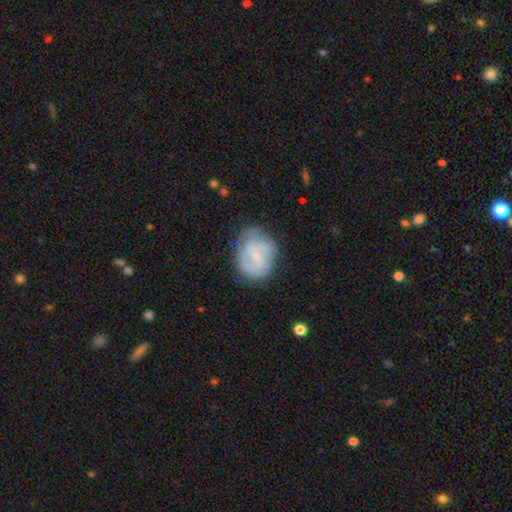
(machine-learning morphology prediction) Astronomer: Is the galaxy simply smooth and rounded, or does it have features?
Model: featured or disk — 56% (runner-up: smooth, 37%).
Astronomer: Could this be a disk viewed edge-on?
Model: no — 97%.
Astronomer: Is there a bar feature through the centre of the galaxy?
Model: no — 57% (runner-up: weak, 36%).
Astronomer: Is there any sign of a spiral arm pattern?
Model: yes — 61% (runner-up: no, 39%).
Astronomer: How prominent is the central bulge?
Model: small — 63%.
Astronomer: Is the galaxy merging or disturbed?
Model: none — 53% (runner-up: minor disturbance, 30%).